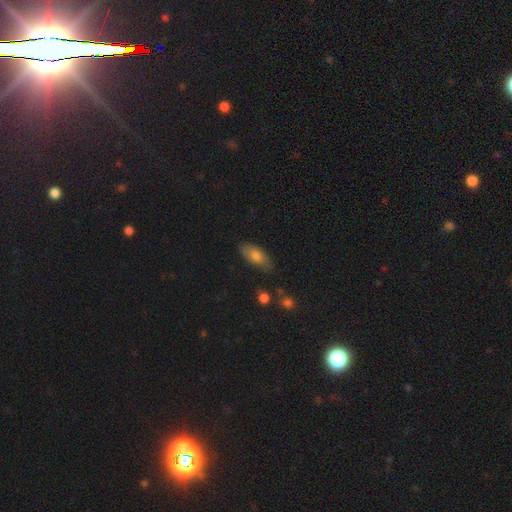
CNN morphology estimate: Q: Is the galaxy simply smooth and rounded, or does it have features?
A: smooth — 77%.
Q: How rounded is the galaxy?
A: in between — 87%.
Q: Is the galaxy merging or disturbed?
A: none — 72%.